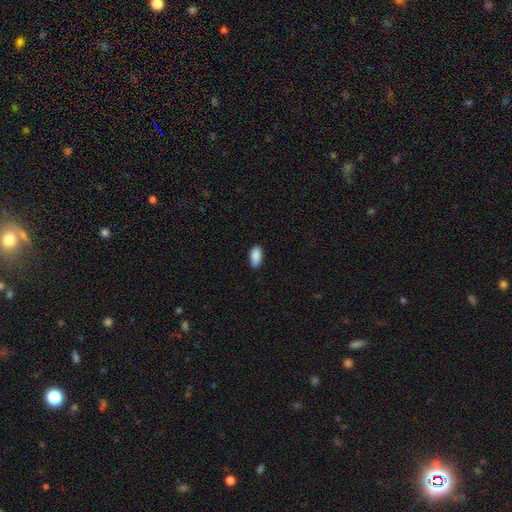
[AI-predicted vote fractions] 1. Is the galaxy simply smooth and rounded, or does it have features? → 88% smooth, 7% star or artifact, 5% featured or disk.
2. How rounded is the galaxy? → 92% in between, 6% cigar-shaped, 3% round.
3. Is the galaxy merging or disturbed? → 77% none, 19% minor disturbance, 3% major disturbance, 1% merger.